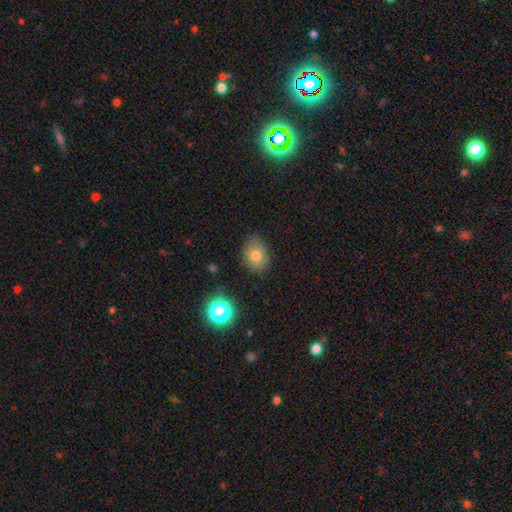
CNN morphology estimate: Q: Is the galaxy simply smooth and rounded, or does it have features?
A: smooth — 76%.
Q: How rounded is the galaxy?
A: in between — 64%.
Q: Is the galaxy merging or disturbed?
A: none — 76%.